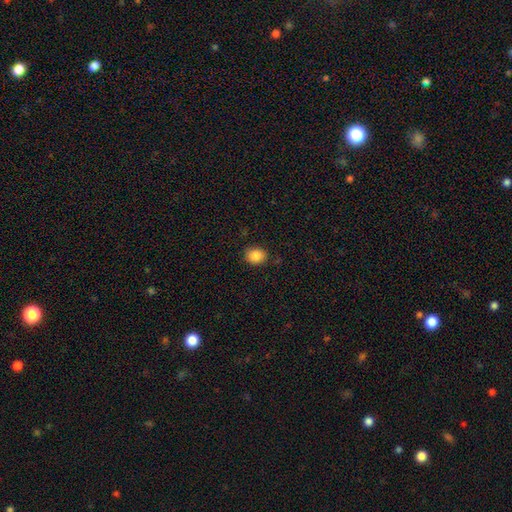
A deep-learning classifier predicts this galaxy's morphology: A smooth galaxy with no disk features (87%) that is round (60%). Merging: none (86%).